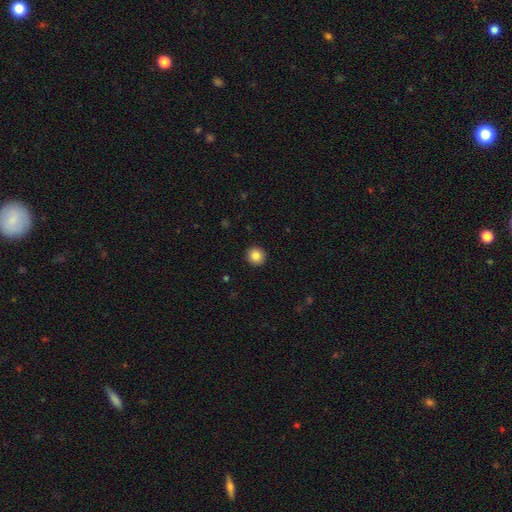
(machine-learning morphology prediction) Overall: smooth (85%). How rounded: round (94%). Merging: none (93%).